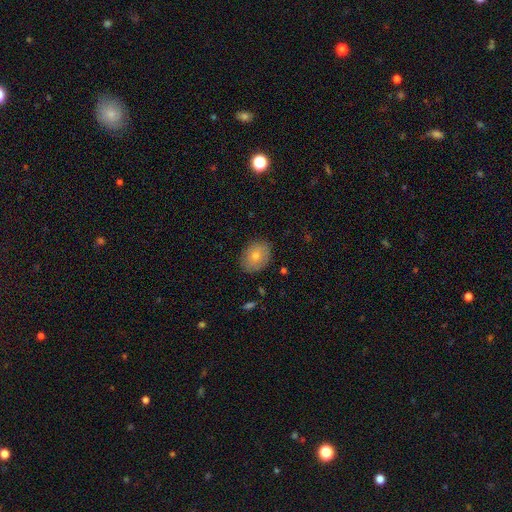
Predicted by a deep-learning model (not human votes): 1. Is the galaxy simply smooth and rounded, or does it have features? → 70% smooth, 21% featured or disk, 9% star or artifact.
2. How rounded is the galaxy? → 65% in between, 34% round, 1% cigar-shaped.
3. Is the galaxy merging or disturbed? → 86% none, 11% minor disturbance, 2% major disturbance, 1% merger.